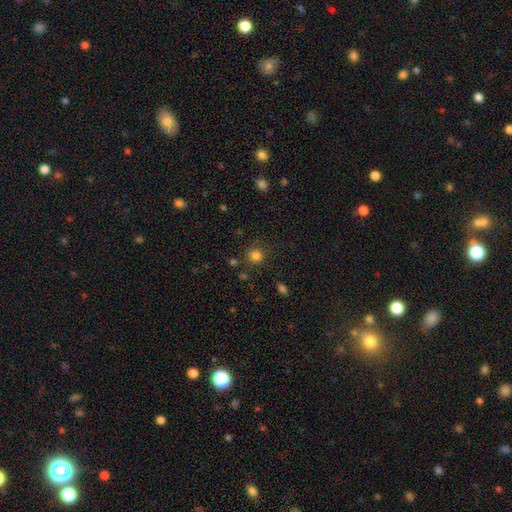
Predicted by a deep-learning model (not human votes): Smooth or featured? Predicted: smooth (p=0.81). How rounded? Predicted: round (p=0.91). Merging? Predicted: none (p=0.84).